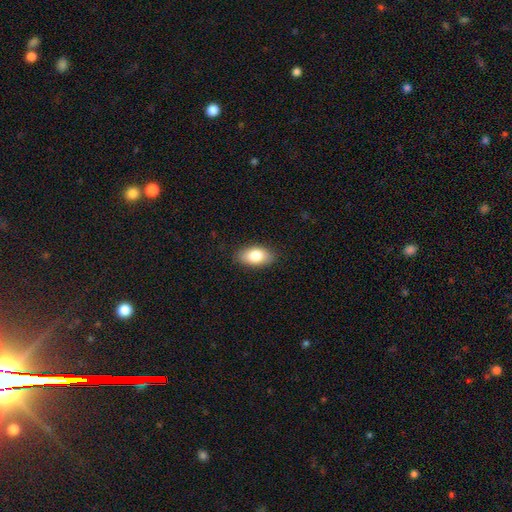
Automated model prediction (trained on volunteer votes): This appears to be a smooth galaxy with no disk features (82%) that is in between round and cigar-shaped (92%). Merging: none (86%).